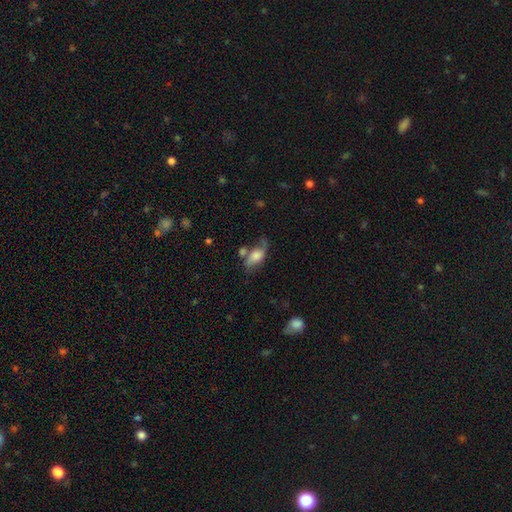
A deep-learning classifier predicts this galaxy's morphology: smooth-or-featured: smooth: 47% | featured or disk: 43% | star or artifact: 9%
  merging: none: 42% | minor disturbance: 25% | major disturbance: 17% | merger: 16%